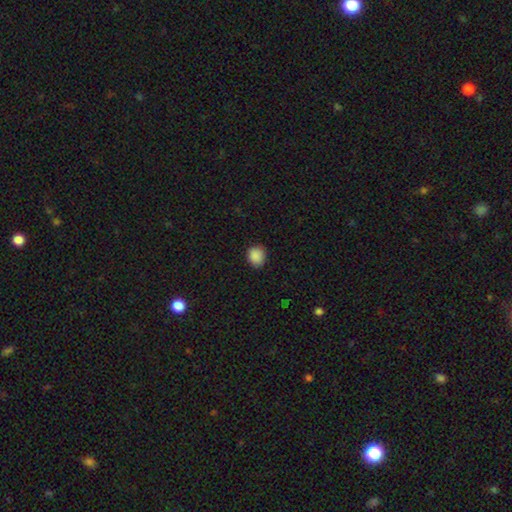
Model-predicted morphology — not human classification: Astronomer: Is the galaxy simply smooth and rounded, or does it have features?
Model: smooth — 88%.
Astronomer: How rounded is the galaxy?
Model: round — 76%.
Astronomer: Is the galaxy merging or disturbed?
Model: none — 86%.